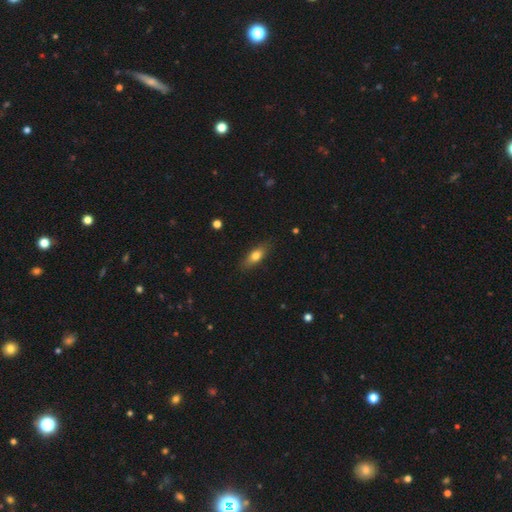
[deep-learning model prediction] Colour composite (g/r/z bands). It shows a smooth galaxy with no disk features (72%) that is in between round and cigar-shaped (68%). Merging: none (84%).